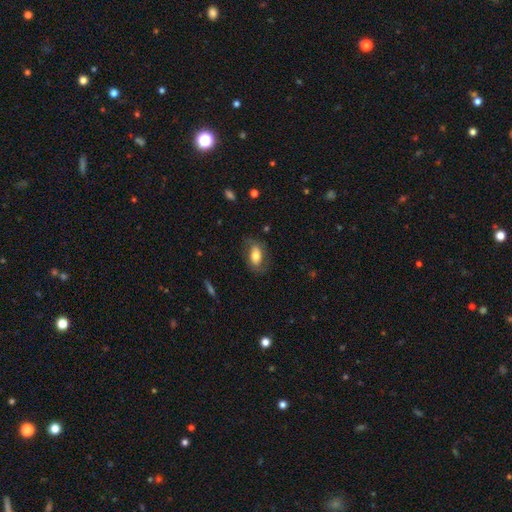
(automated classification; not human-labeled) This appears to be a smooth galaxy with no disk features (58%) that is in between round and cigar-shaped (87%). Merging: none (69%).